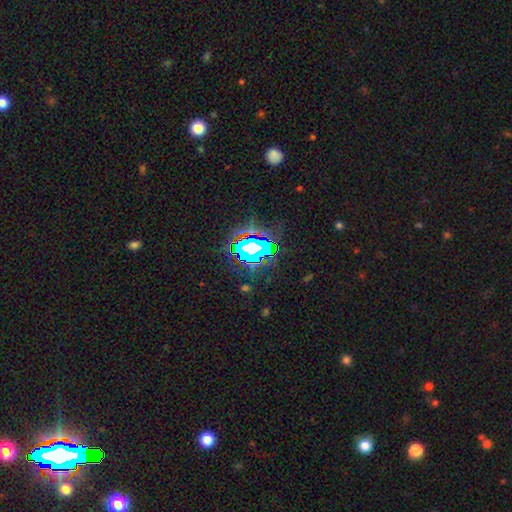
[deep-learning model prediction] The model was most divided on "smooth or featured": star or artifact: 72%, smooth: 15%, featured or disk: 13%.